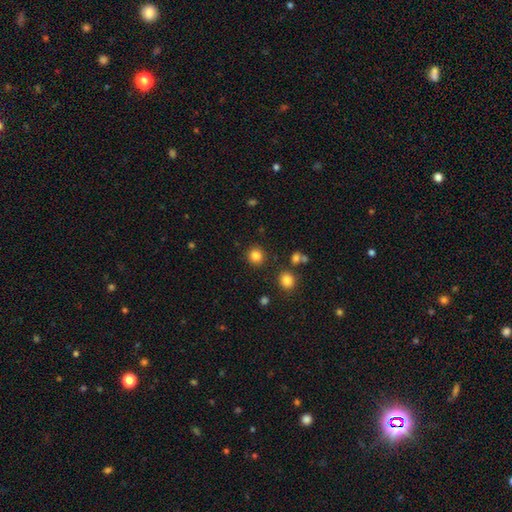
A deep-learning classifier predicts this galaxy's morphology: This is clearly a smooth galaxy (84%). How rounded: clearly round (91%). Merging: clearly none (89%).